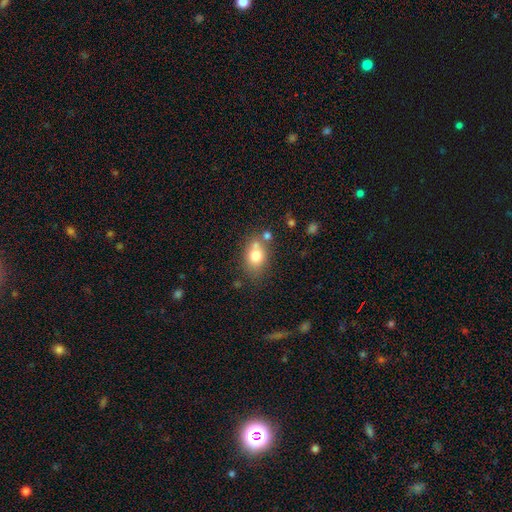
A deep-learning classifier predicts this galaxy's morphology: Q: Smooth or featured?
A: smooth (75%); runner-up: featured or disk (15%)
Q: How rounded?
A: in between (71%); runner-up: round (27%)
Q: Merging?
A: none (55%); runner-up: merger (21%)